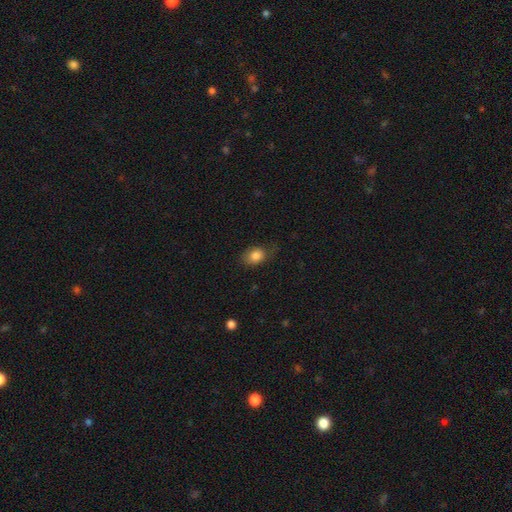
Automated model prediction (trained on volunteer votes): Q: Smooth or featured?
A: smooth (83%); runner-up: star or artifact (9%)
Q: How rounded?
A: in between (67%); runner-up: round (32%)
Q: Merging?
A: none (65%); runner-up: minor disturbance (25%)